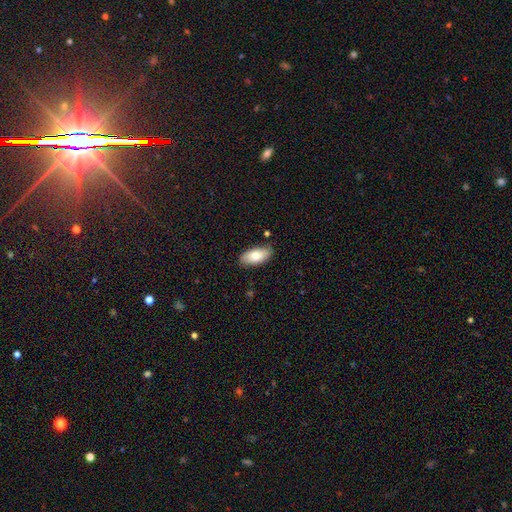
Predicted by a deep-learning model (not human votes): smooth_or_featured: smooth (p=0.79) [alt: featured or disk p=0.14]
how_rounded: in between (p=0.91) [alt: cigar-shaped p=0.07]
merging: none (p=0.81) [alt: minor disturbance p=0.14]